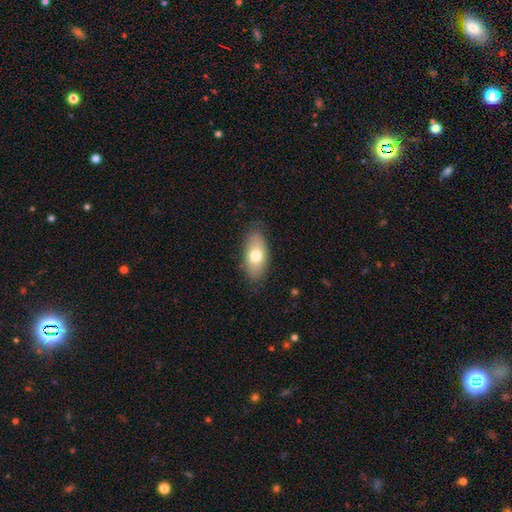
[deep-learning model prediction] Q: Smooth or featured?
A: smooth (72%); runner-up: featured or disk (22%)
Q: How rounded?
A: in between (88%); runner-up: cigar-shaped (7%)
Q: Merging?
A: none (81%); runner-up: minor disturbance (15%)